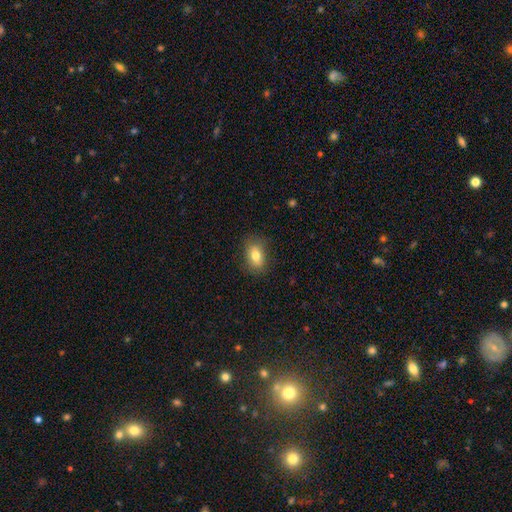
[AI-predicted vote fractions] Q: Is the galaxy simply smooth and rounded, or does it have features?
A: smooth — 78%.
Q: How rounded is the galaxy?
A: in between — 81%.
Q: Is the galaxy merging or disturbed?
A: none — 83%.